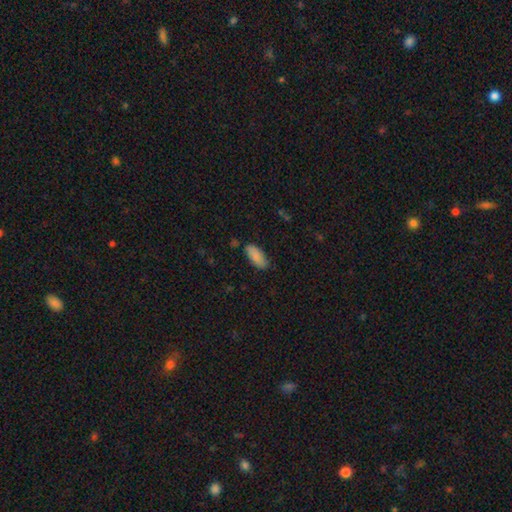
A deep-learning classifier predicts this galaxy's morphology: smooth 87%, star or artifact 6%, featured or disk 6%. Down the decision tree: how rounded — in between (83%); merging — none (78%).